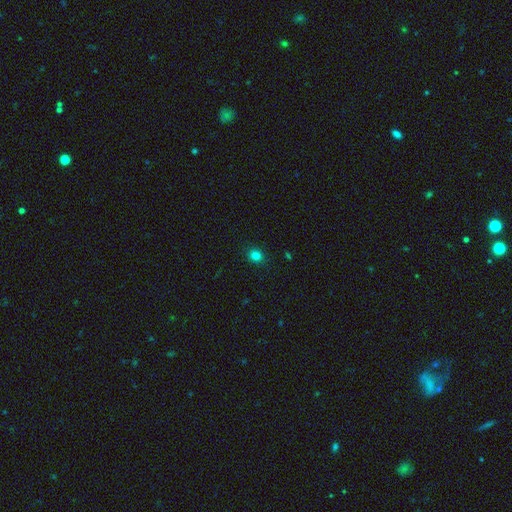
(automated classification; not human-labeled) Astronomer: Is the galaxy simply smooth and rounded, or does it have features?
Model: smooth — 81%.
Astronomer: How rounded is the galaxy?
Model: round — 76%.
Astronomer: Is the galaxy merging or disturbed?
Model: none — 90%.